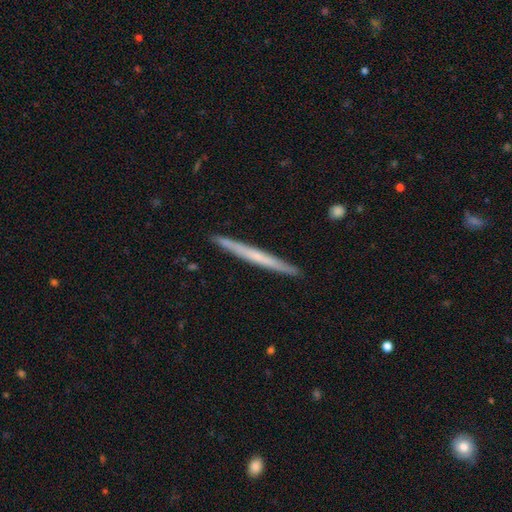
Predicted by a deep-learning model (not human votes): Smooth or featured?
  - featured or disk: 50% *
  - smooth: 45%
  - star or artifact: 5%
Merging?
  - none: 92% *
  - minor disturbance: 6%
  - major disturbance: 1%
  - merger: 1%